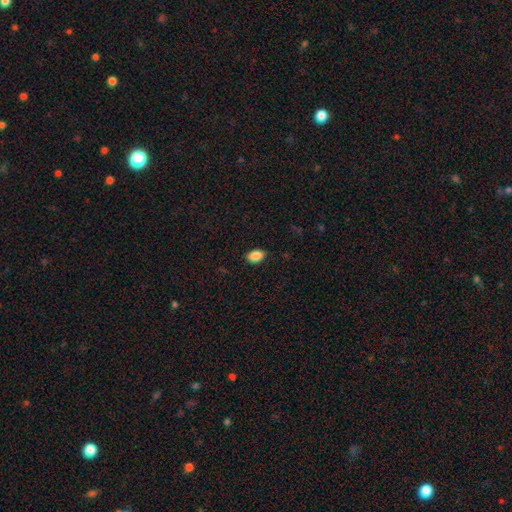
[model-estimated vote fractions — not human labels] Smooth or featured? smooth (88%)
How rounded? in between (88%)
Merging? none (86%)